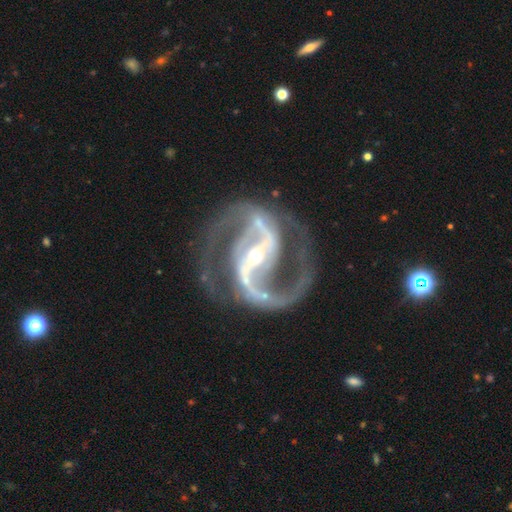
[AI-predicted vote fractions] smooth_or_featured: featured or disk (p=0.93) [alt: star or artifact p=0.05]
disk_edge_on: no (p=0.97) [alt: yes p=0.03]
bar: strong (p=0.72) [alt: weak p=0.20]
has_spiral_arms: yes (p=0.98) [alt: no p=0.02]
spiral_winding: medium (p=0.65) [alt: tight p=0.17]
spiral_arm_count: 2 (p=0.93) [alt: 3 p=0.02]
bulge_size: small (p=0.61) [alt: moderate p=0.35]
merging: none (p=0.75) [alt: minor disturbance p=0.13]